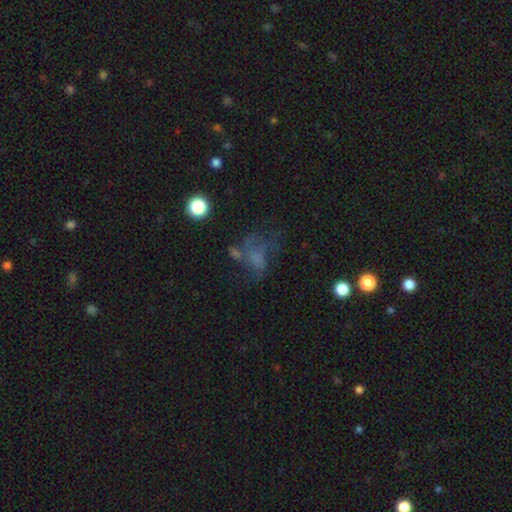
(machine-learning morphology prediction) The model was most divided on "merging": none: 39%, major disturbance: 34%, minor disturbance: 18%, merger: 9%. Remaining: smooth or featured — featured or disk (41%).